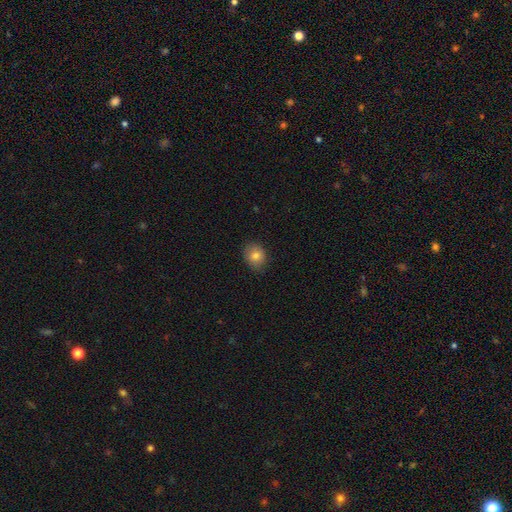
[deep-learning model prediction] smooth-or-featured: smooth: 81% | featured or disk: 9% | star or artifact: 9%
  how-rounded: round: 55% | in between: 44% | cigar-shaped: 1%
  merging: none: 83% | minor disturbance: 14% | major disturbance: 3% | merger: 1%